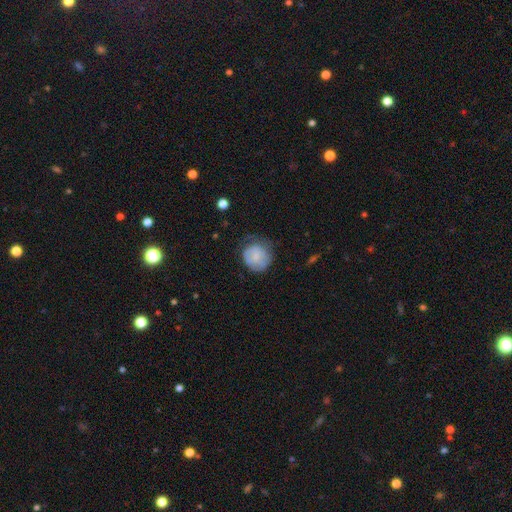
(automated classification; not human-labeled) smooth 68%, featured or disk 24%, star or artifact 7%. Down the decision tree: how rounded — round (83%); merging — none (52%).